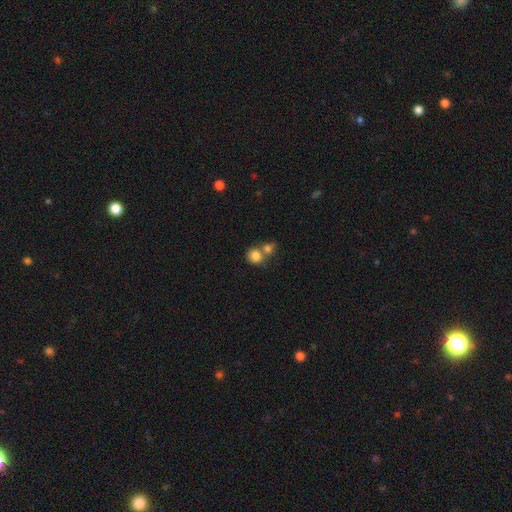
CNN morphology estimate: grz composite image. It shows a smooth galaxy with no disk features (82%) that is round (79%). Merging: merger (48%).